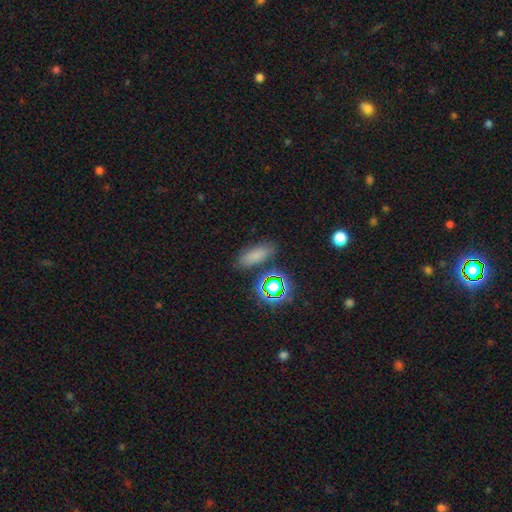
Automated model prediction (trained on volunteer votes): A smooth galaxy with no disk features (72%) that is in between round and cigar-shaped (72%).

Vote fractions:
- Smooth or featured? smooth: 72% / star or artifact: 20% / featured or disk: 8%
- How rounded? in between: 72% / cigar-shaped: 20% / round: 8%
- Merging? none: 80% / minor disturbance: 11% / merger: 5% / major disturbance: 4%